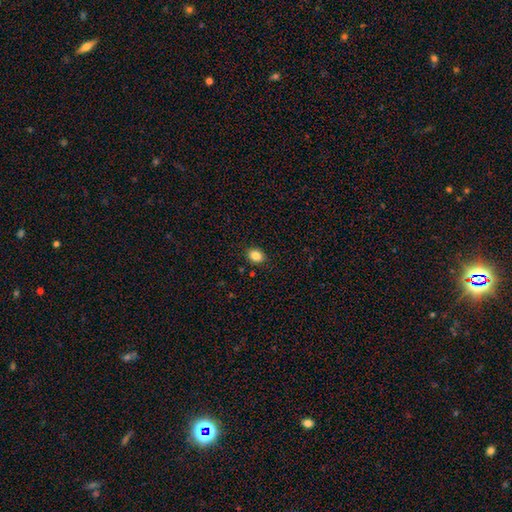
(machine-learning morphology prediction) Smooth or featured? smooth (86%)
How rounded? in between (62%)
Merging? none (88%)